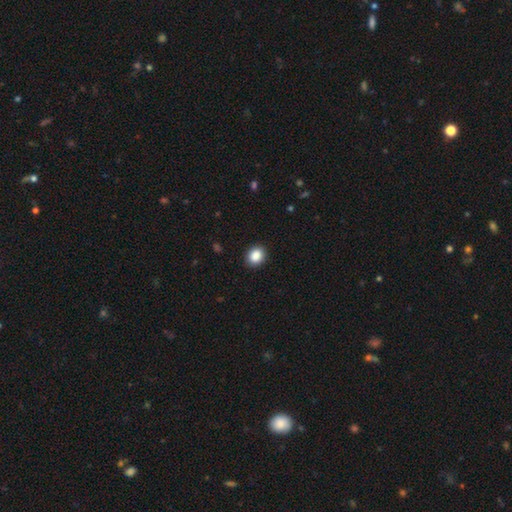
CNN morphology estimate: Q: Smooth or featured?
A: smooth (88%); runner-up: star or artifact (9%)
Q: How rounded?
A: round (60%); runner-up: in between (39%)
Q: Merging?
A: none (90%); runner-up: minor disturbance (7%)